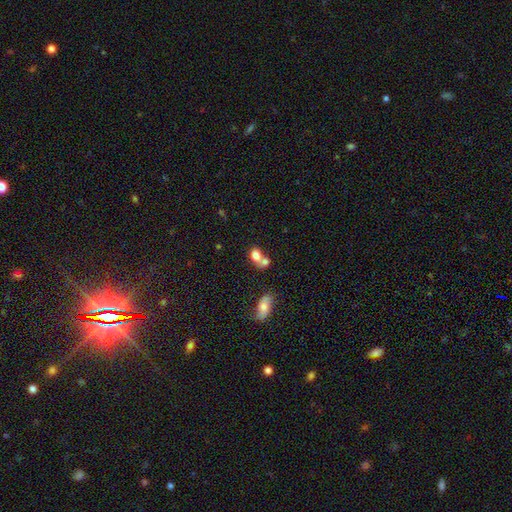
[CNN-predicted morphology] This appears to be a smooth galaxy with no disk features (77%) that is in between round and cigar-shaped (59%). Merging: merger (59%).